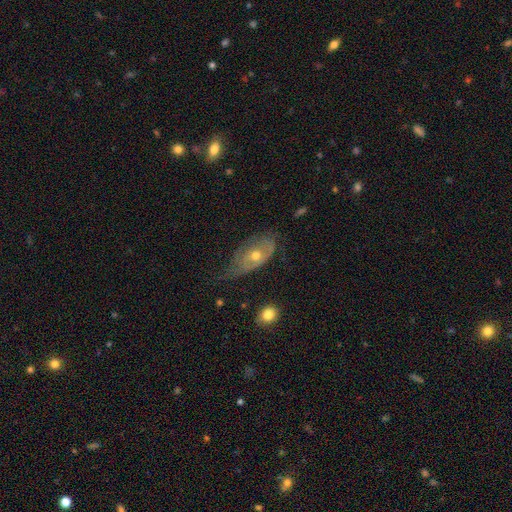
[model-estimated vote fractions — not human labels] Smooth or featured?
  - featured or disk: 59% *
  - smooth: 34%
  - star or artifact: 7%
Edge-on disk?
  - no: 88% *
  - yes: 12%
Bar?
  - no: 84% *
  - weak: 13%
  - strong: 3%
Spiral arms?
  - yes: 52% *
  - no: 48%
Bulge size?
  - moderate: 65% *
  - small: 30%
  - large: 3%
  - none: 1%
  - dominant: 1%
Merging?
  - minor disturbance: 37% *
  - none: 35%
  - major disturbance: 26%
  - merger: 2%